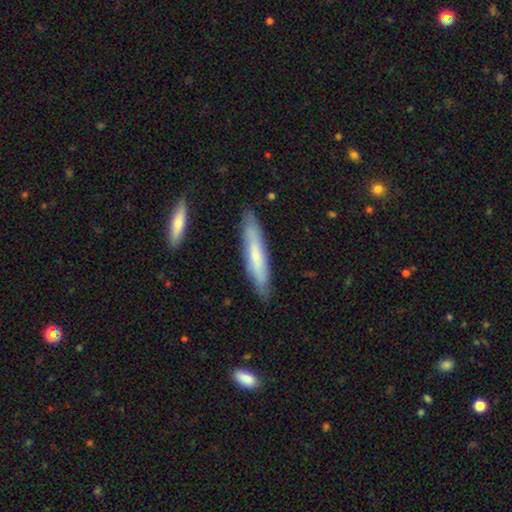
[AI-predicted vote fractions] smooth_or_featured: smooth (p=0.59) [alt: featured or disk p=0.35]
how_rounded: cigar-shaped (p=0.86) [alt: in between p=0.13]
merging: none (p=0.84) [alt: minor disturbance p=0.12]